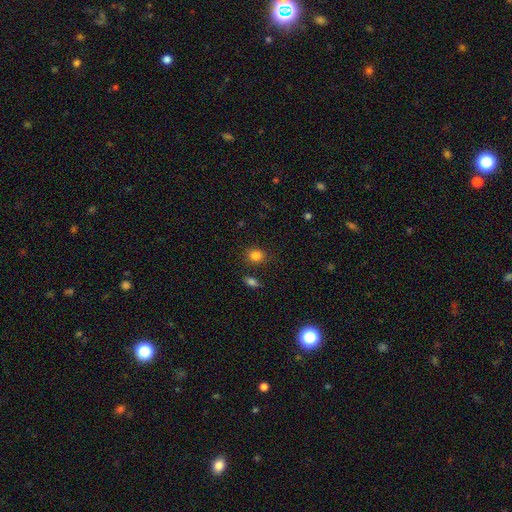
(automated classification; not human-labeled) This is clearly a smooth galaxy (84%). How rounded: likely round (62%). Merging: likely none (79%).